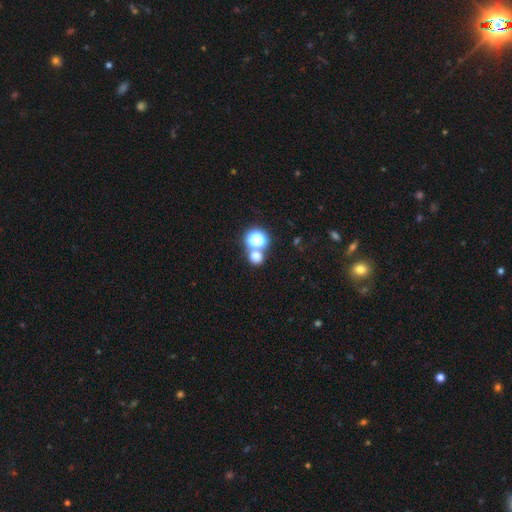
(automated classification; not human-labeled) Smooth or featured: smooth — 66% (star or artifact — 28%)
How rounded: round — 80% (in between — 19%)
Merging: none — 59% (merger — 31%)